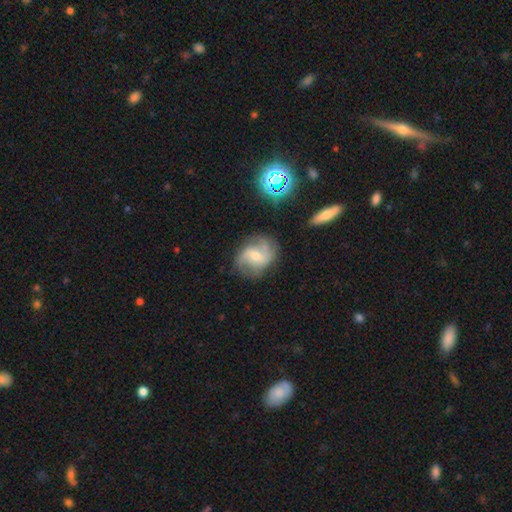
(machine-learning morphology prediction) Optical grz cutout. It shows a featured or disk galaxy (76%) with a weak bar (46%), 2 (52%) medium (46%) spiral arms (93%) and a moderate central bulge (54%). Merging: none (68%).